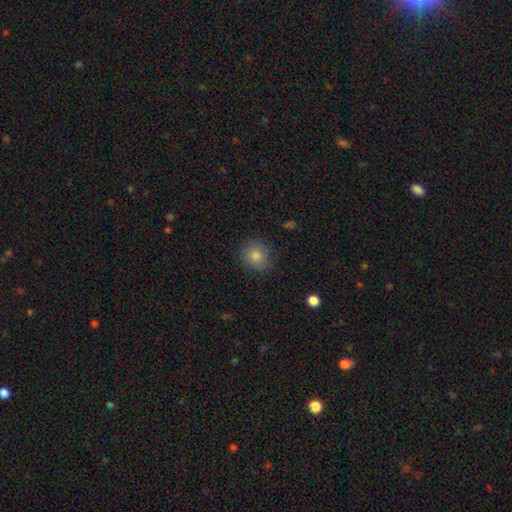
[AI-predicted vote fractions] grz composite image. It shows a smooth galaxy with no disk features (81%) that is round (86%). Merging: none (86%).